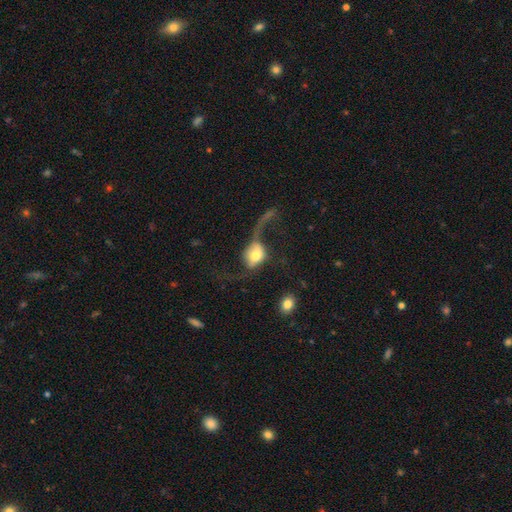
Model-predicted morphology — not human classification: This appears to be a featured or disk galaxy (49%). Merging: major disturbance (57%).